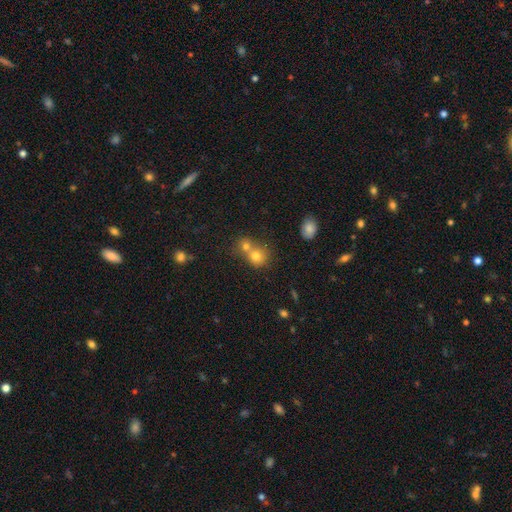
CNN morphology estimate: Smooth or featured? Predicted: smooth (p=0.74). How rounded? Predicted: round (p=0.78). Merging? Predicted: merger (p=0.56).